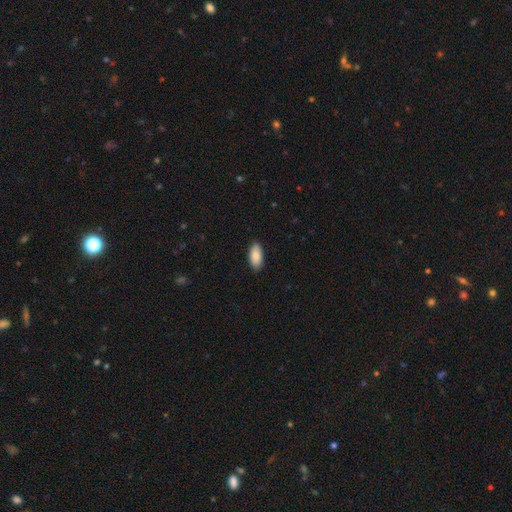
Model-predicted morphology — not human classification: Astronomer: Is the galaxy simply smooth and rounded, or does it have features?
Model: smooth — 87%.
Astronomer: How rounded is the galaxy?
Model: in between — 91%.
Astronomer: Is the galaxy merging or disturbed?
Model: none — 88%.